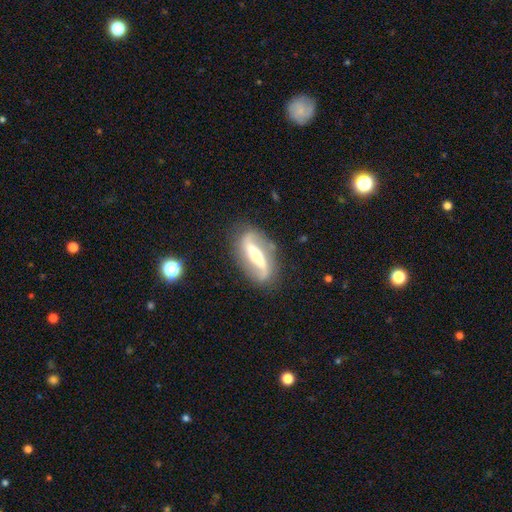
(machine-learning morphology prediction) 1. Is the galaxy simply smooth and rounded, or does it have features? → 84% featured or disk, 10% smooth, 5% star or artifact.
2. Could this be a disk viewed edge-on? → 87% no, 13% yes.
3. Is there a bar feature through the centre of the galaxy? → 65% strong, 21% weak, 14% no.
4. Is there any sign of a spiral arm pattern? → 90% yes, 10% no.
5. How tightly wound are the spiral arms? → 58% loose, 28% medium, 13% tight.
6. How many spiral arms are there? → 91% 2, 4% can't tell, 3% 1, 1% 3, 1% 4, 1% more than 4.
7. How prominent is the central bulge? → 57% moderate, 31% small, 8% large, 2% none, 2% dominant.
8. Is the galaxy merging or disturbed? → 82% none, 12% minor disturbance, 4% major disturbance, 2% merger.